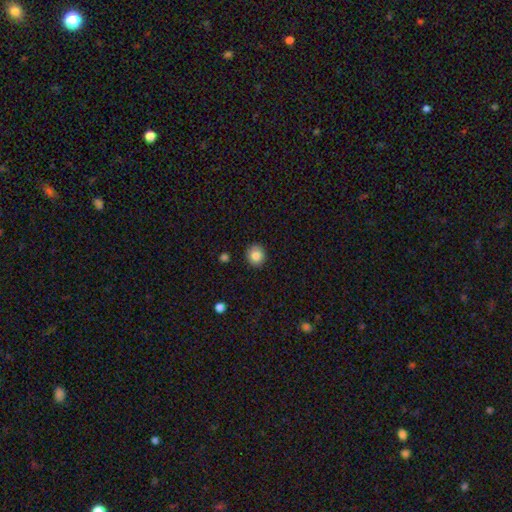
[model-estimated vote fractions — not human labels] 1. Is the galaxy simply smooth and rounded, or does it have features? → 83% smooth, 9% star or artifact, 8% featured or disk.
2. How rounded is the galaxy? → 87% round, 12% in between, 1% cigar-shaped.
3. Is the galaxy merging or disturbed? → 91% none, 6% minor disturbance, 2% major disturbance, 1% merger.